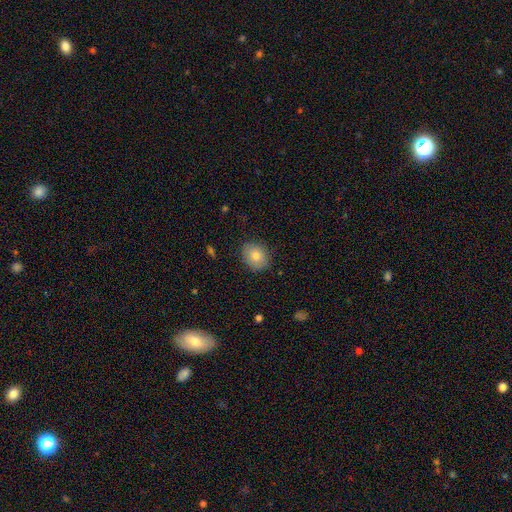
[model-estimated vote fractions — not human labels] Overall: smooth (79%). How rounded: round (50%; in between 49%). Merging: none (84%).